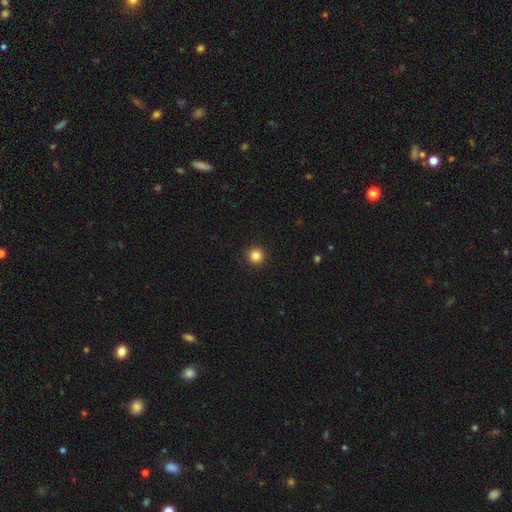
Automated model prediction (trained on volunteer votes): smooth 84%, star or artifact 11%, featured or disk 4%. Down the decision tree: how rounded — round (96%); merging — none (93%).